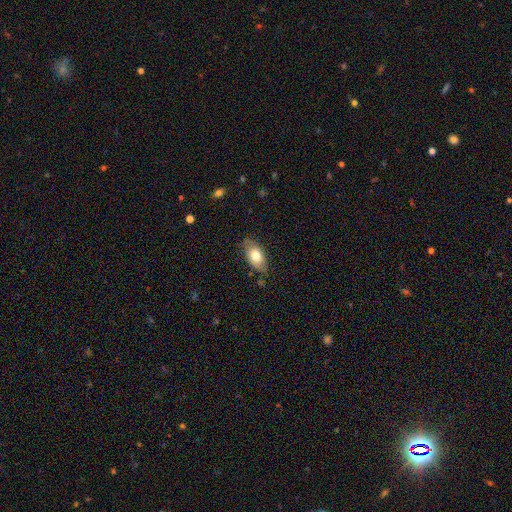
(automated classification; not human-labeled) This is likely a smooth galaxy (73%). How rounded: clearly in between (92%). Merging: likely none (73%).